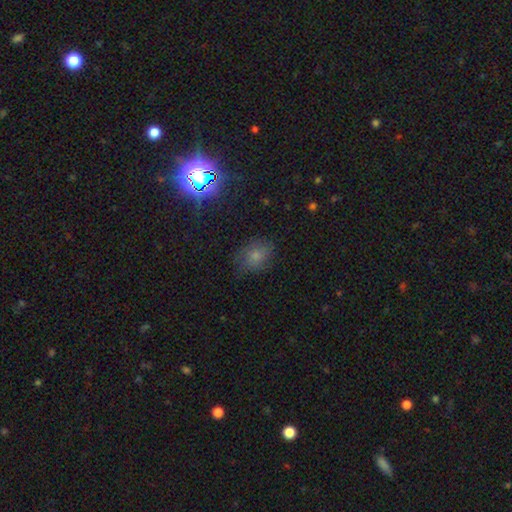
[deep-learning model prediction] smooth 62%, star or artifact 21%, featured or disk 17%. Down the decision tree: how rounded — in between (57%); merging — none (68%).